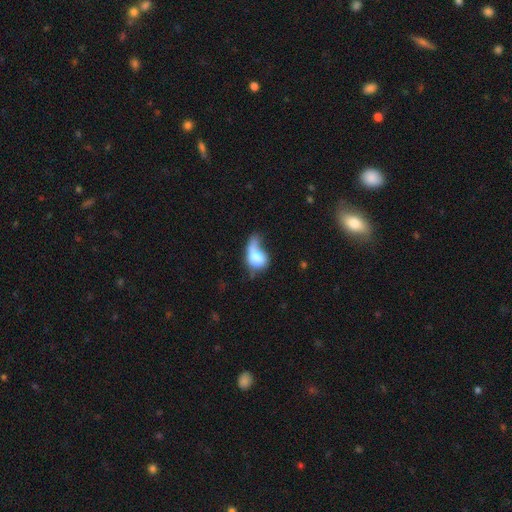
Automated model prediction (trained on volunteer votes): Smooth or featured: smooth — 71% (featured or disk — 21%)
How rounded: in between — 64% (round — 32%)
Merging: major disturbance — 38% (merger — 22%)